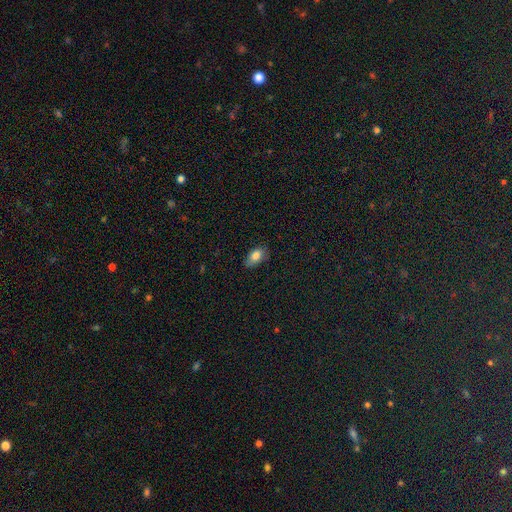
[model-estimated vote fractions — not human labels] Smooth or featured? Predicted: smooth (p=0.82). How rounded? Predicted: in between (p=0.90). Merging? Predicted: none (p=0.72).